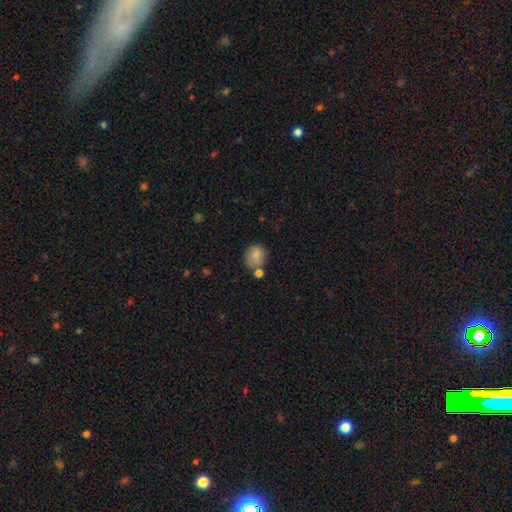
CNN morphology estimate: A smooth galaxy with no disk features (84%) that is round (72%). Merging: none (61%).